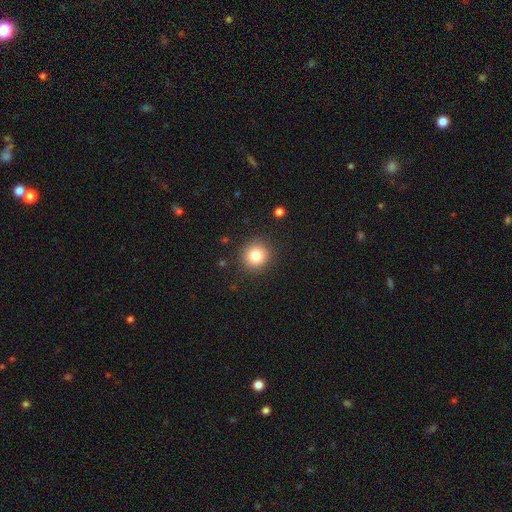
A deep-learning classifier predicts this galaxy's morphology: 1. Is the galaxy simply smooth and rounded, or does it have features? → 81% smooth, 11% star or artifact, 7% featured or disk.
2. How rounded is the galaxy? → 94% round, 5% in between, 1% cigar-shaped.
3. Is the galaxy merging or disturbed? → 90% none, 6% minor disturbance, 2% major disturbance, 1% merger.